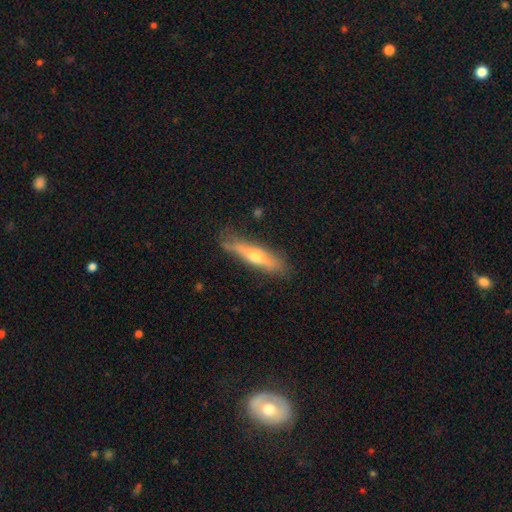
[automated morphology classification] smooth_or_featured: featured or disk (p=0.49) [alt: smooth p=0.45]
merging: none (p=0.75) [alt: minor disturbance p=0.18]